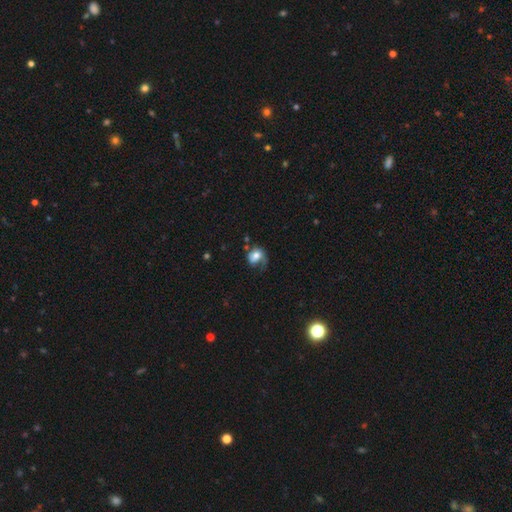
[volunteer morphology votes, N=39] type=featured or disk (54%); edge-on=no (100%); bar=no (86%); spiral arms=yes (76%); winding=medium (56%); arm count=1 (94%); bulge=moderate (48%); merging=major disturbance (42%).